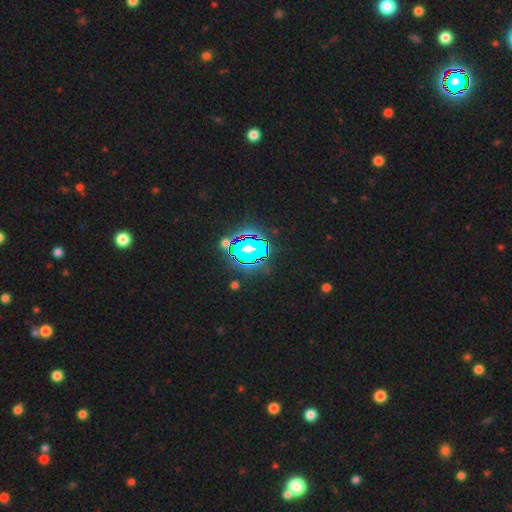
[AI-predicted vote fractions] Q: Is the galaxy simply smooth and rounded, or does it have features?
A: star or artifact — 82%.